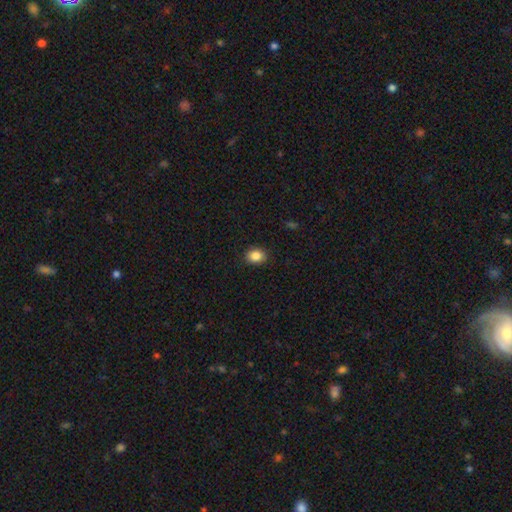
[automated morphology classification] Overall: smooth (86%). How rounded: in between (51%; round 48%). Merging: none (88%).